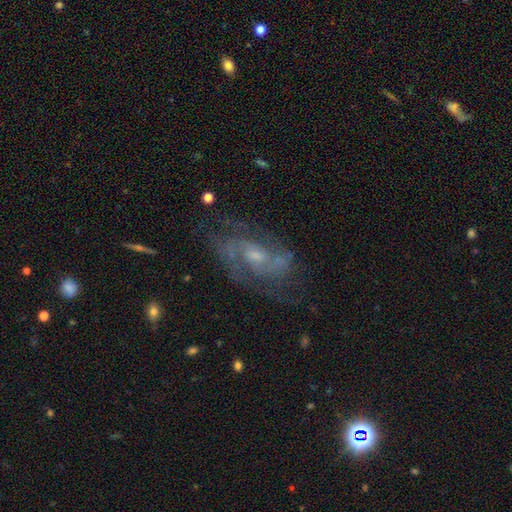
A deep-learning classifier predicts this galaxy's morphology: smooth_or_featured: featured or disk (p=0.82) [alt: smooth p=0.10]
disk_edge_on: no (p=0.95) [alt: yes p=0.05]
bar: no (p=0.49) [alt: weak p=0.43]
has_spiral_arms: yes (p=0.91) [alt: no p=0.09]
spiral_winding: medium (p=0.50) [alt: tight p=0.33]
spiral_arm_count: 2 (p=0.63) [alt: can't tell p=0.20]
bulge_size: small (p=0.48) [alt: moderate p=0.41]
merging: none (p=0.67) [alt: minor disturbance p=0.19]